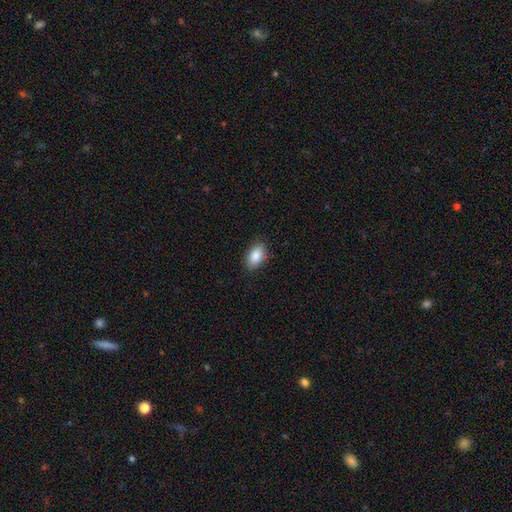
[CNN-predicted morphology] The model was most divided on "merging": none: 87%, minor disturbance: 10%, major disturbance: 2%, merger: 1%. More confident: how rounded — in between (91%); smooth or featured — smooth (86%).